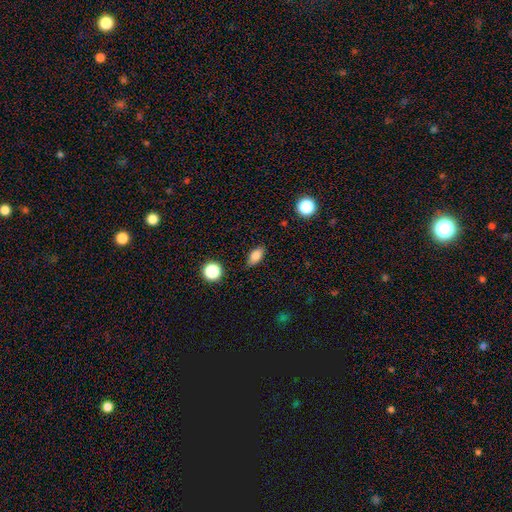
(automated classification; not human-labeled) Smooth or featured?
  - smooth: 83% *
  - star or artifact: 10%
  - featured or disk: 7%
How rounded?
  - in between: 82% *
  - round: 10%
  - cigar-shaped: 7%
Merging?
  - none: 81% *
  - minor disturbance: 15%
  - major disturbance: 3%
  - merger: 2%